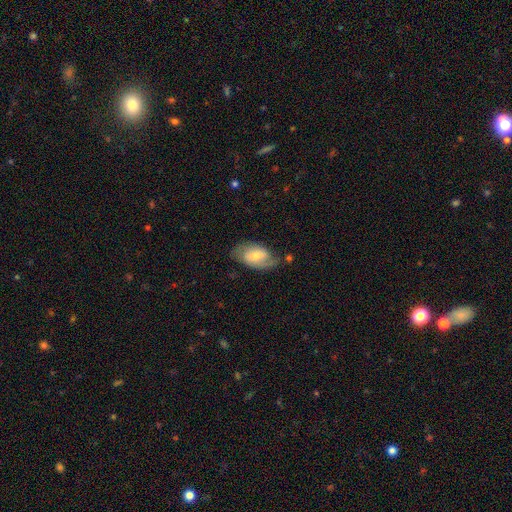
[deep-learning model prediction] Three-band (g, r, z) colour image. It shows a featured or disk galaxy (54%) with no bar (45%), spiral arms (79%) and a small central bulge (49%). Merging: none (65%).